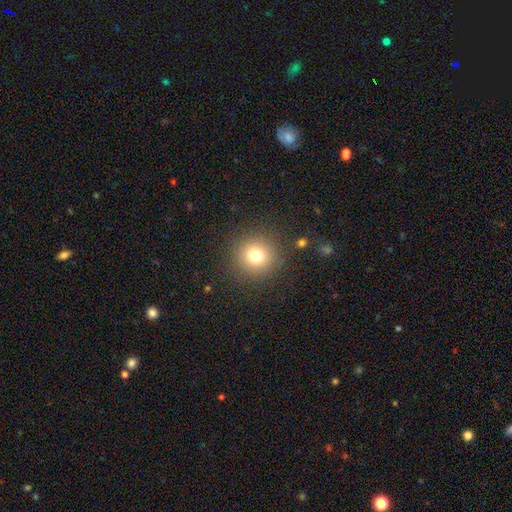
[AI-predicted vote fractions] Morphology: type=smooth (76%); roundness=round (93%); merging=none (88%).